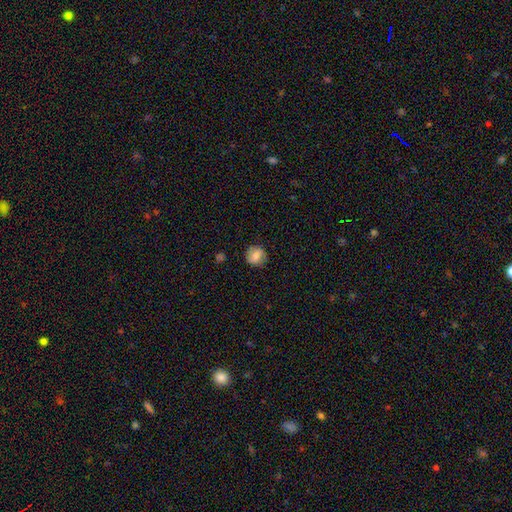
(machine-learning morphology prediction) Smooth or featured: smooth — 72% (featured or disk — 19%)
How rounded: round — 86% (in between — 13%)
Merging: none — 83% (minor disturbance — 13%)